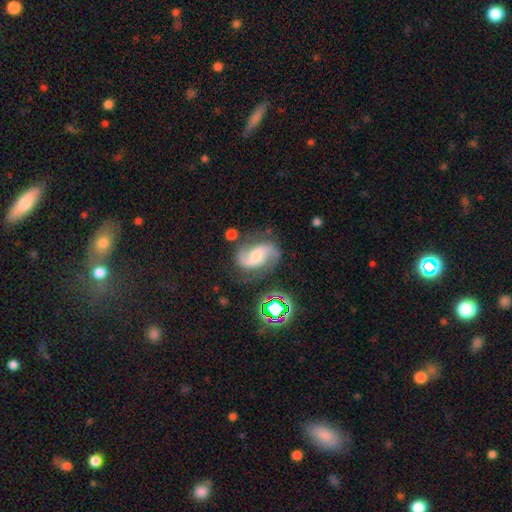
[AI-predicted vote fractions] smooth_or_featured: featured or disk (p=0.81) [alt: smooth p=0.11]
disk_edge_on: no (p=0.97) [alt: yes p=0.03]
bar: no (p=0.46) [alt: weak p=0.39]
has_spiral_arms: yes (p=0.96) [alt: no p=0.04]
spiral_winding: medium (p=0.47) [alt: loose p=0.40]
spiral_arm_count: 2 (p=0.91) [alt: can't tell p=0.03]
bulge_size: moderate (p=0.42) [alt: small p=0.33]
merging: none (p=0.67) [alt: minor disturbance p=0.18]